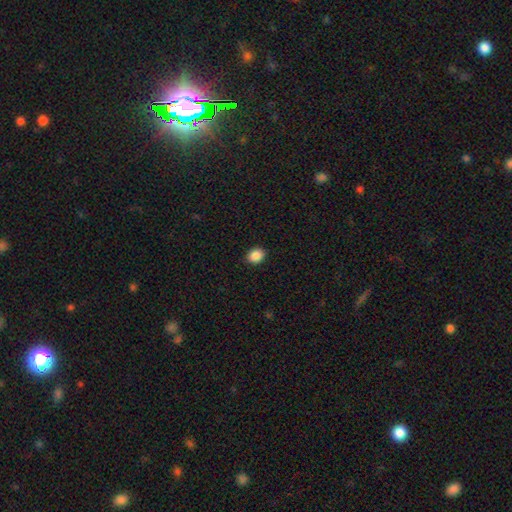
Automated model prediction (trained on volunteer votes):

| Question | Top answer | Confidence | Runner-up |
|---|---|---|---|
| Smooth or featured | smooth | 88% | star or artifact (9%) |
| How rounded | round | 53% | in between (46%) |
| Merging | none | 90% | minor disturbance (7%) |